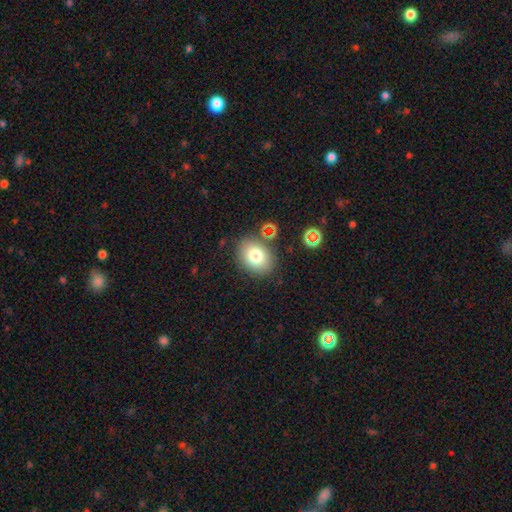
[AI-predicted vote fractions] This is likely a smooth galaxy (77%). How rounded: possibly in between (59%). Merging: clearly none (82%).